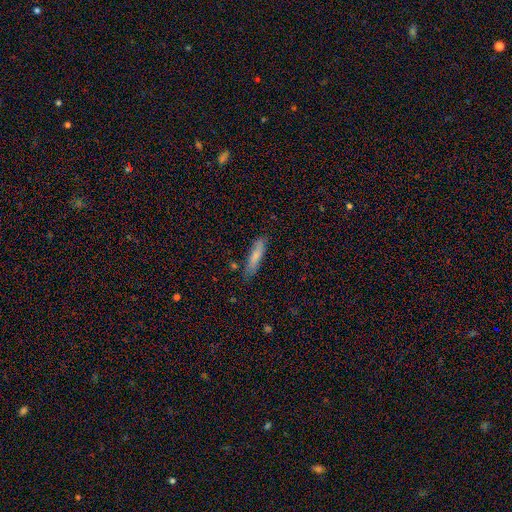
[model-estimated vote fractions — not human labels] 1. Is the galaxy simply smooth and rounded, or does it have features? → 77% smooth, 17% featured or disk, 6% star or artifact.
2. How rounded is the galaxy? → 79% cigar-shaped, 20% in between, 2% round.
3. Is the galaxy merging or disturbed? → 78% none, 16% minor disturbance, 3% major disturbance, 3% merger.